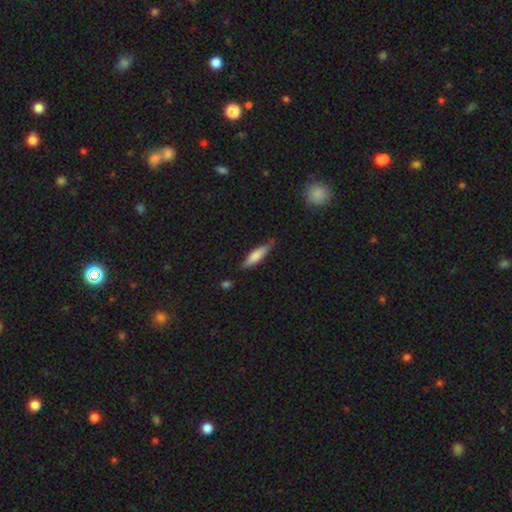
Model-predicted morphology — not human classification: Smooth or featured? smooth (71%)
How rounded? cigar-shaped (64%)
Merging? none (72%)